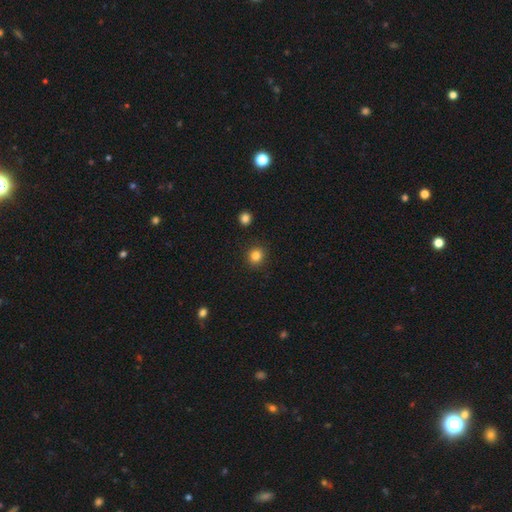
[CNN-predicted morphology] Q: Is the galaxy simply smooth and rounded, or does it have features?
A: smooth — 83%.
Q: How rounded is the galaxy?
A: round — 87%.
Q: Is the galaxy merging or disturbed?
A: none — 90%.